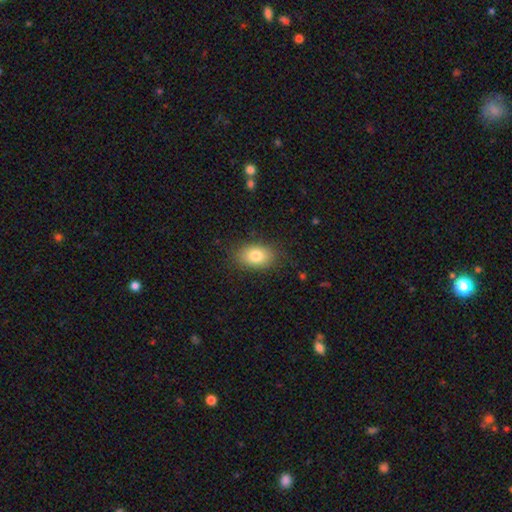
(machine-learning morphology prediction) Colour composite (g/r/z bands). It shows a smooth galaxy with no disk features (81%) that is in between round and cigar-shaped (83%). Merging: none (84%).